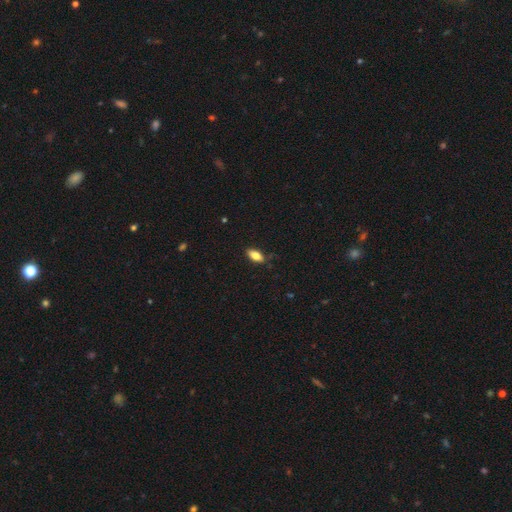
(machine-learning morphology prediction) Smooth or featured: smooth — 77% (featured or disk — 16%)
How rounded: in between — 84% (cigar-shaped — 13%)
Merging: none — 82% (minor disturbance — 14%)